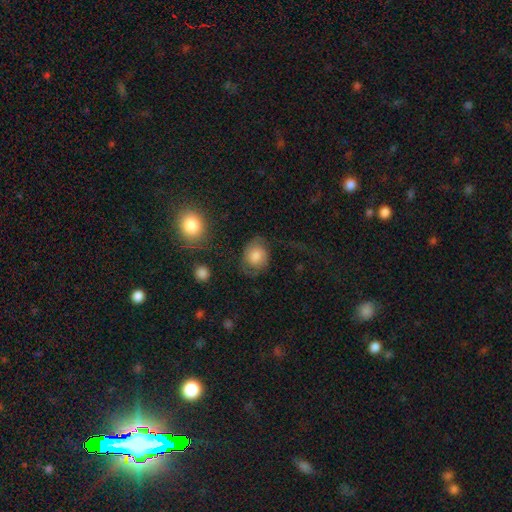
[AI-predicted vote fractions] This appears to be a smooth galaxy with no disk features (66%) that is round (58%). Merging: none (56%).